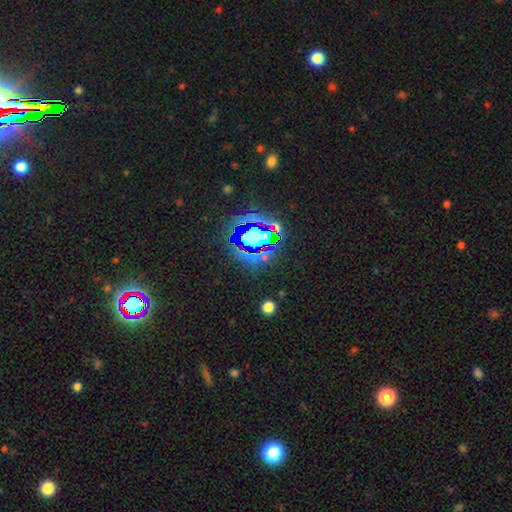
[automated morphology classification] Overall: star or artifact (72%).